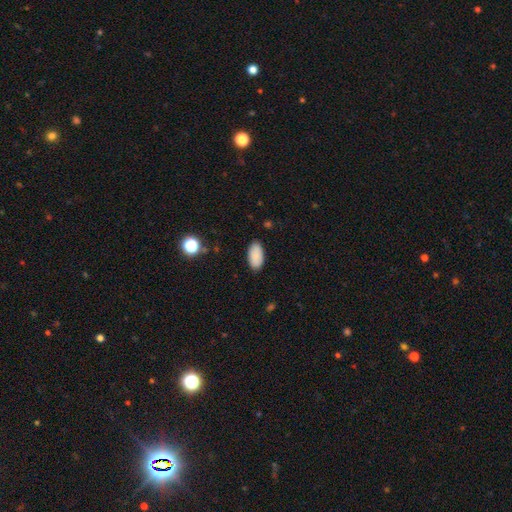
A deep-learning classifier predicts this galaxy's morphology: Smooth or featured: smooth — 88% (star or artifact — 8%)
How rounded: in between — 95% (cigar-shaped — 3%)
Merging: none — 87% (minor disturbance — 10%)